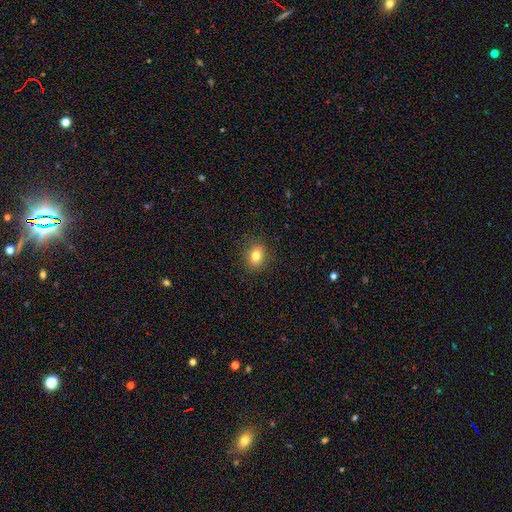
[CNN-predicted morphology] A smooth galaxy with no disk features (80%) that is in between round and cigar-shaped (57%).

Vote fractions:
- Smooth or featured? smooth: 80% / star or artifact: 11% / featured or disk: 10%
- How rounded? in between: 57% / round: 42% / cigar-shaped: 1%
- Merging? none: 88% / minor disturbance: 9% / major disturbance: 2% / merger: 1%